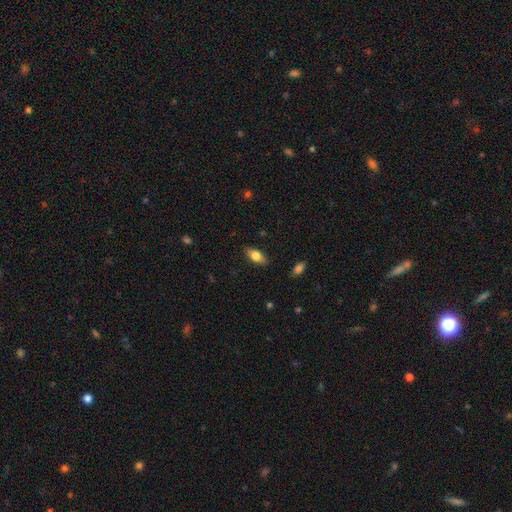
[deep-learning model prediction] Q: Smooth or featured?
A: smooth (75%); runner-up: featured or disk (17%)
Q: How rounded?
A: in between (86%); runner-up: cigar-shaped (10%)
Q: Merging?
A: none (85%); runner-up: minor disturbance (11%)